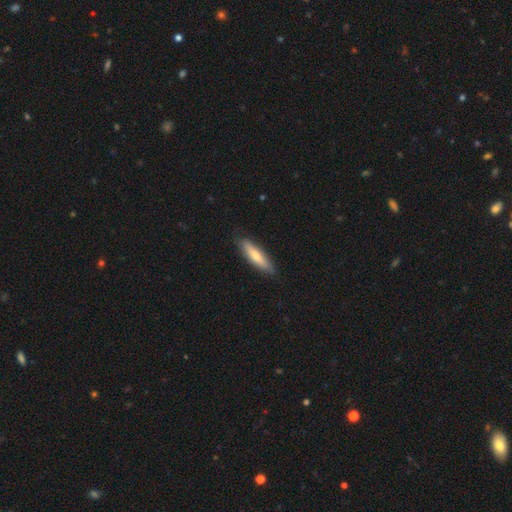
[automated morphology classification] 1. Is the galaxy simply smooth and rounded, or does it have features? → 65% smooth, 30% featured or disk, 5% star or artifact.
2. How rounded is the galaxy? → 72% cigar-shaped, 26% in between, 2% round.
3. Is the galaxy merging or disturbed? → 85% none, 12% minor disturbance, 2% major disturbance, 1% merger.